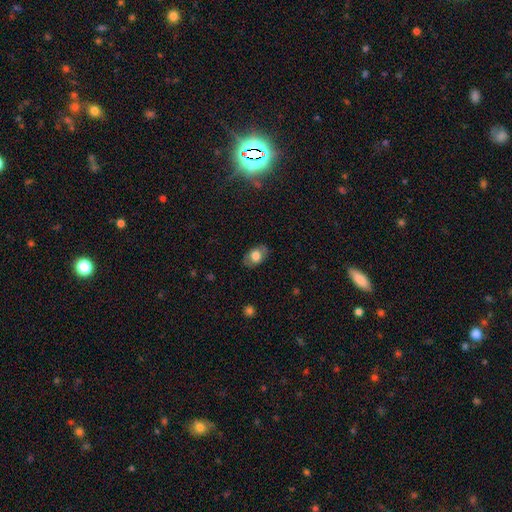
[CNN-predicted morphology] This is likely a smooth galaxy (67%). How rounded: clearly in between (84%). Merging: clearly none (80%).